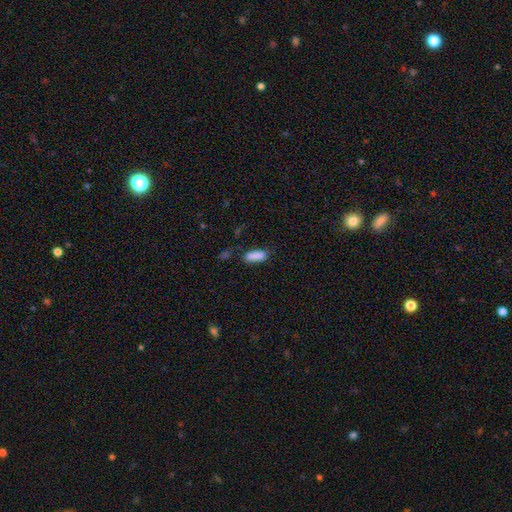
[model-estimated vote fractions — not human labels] smooth-or-featured: smooth: 87% | star or artifact: 8% | featured or disk: 5%
  how-rounded: in between: 67% | cigar-shaped: 31% | round: 2%
  merging: none: 71% | minor disturbance: 20% | major disturbance: 5% | merger: 4%